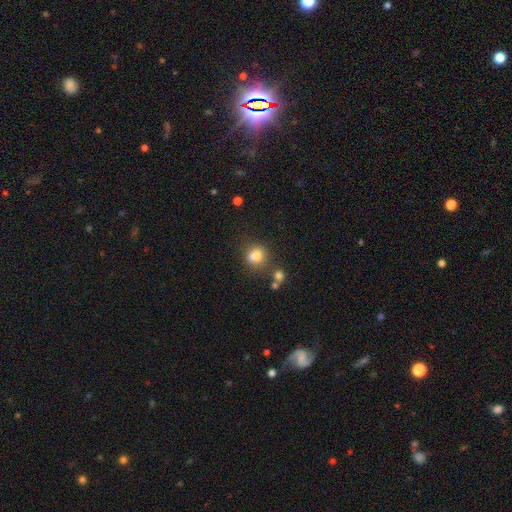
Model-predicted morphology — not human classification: smooth-or-featured: smooth: 82% | star or artifact: 11% | featured or disk: 7%
  how-rounded: round: 66% | in between: 33% | cigar-shaped: 1%
  merging: none: 63% | minor disturbance: 17% | merger: 13% | major disturbance: 7%